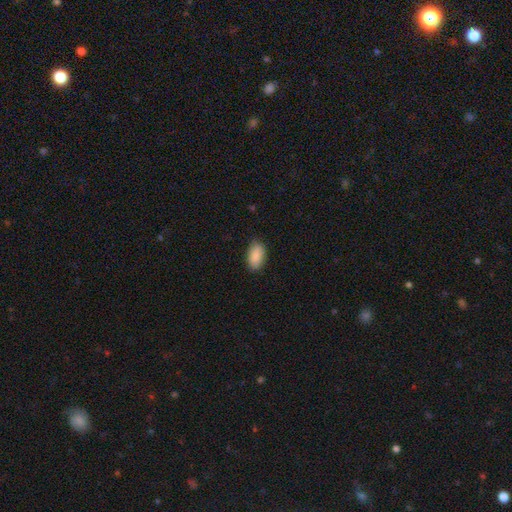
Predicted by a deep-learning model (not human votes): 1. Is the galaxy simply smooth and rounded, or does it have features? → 88% smooth, 6% star or artifact, 5% featured or disk.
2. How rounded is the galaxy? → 93% in between, 4% round, 3% cigar-shaped.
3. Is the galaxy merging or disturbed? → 84% none, 12% minor disturbance, 3% major disturbance, 1% merger.